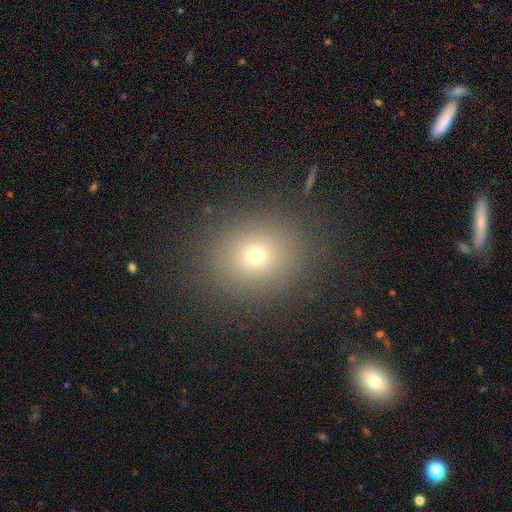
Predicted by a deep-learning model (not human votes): smooth_or_featured: smooth (p=0.69) [alt: star or artifact p=0.20]
how_rounded: round (p=0.73) [alt: in between p=0.26]
merging: none (p=0.87) [alt: minor disturbance p=0.07]